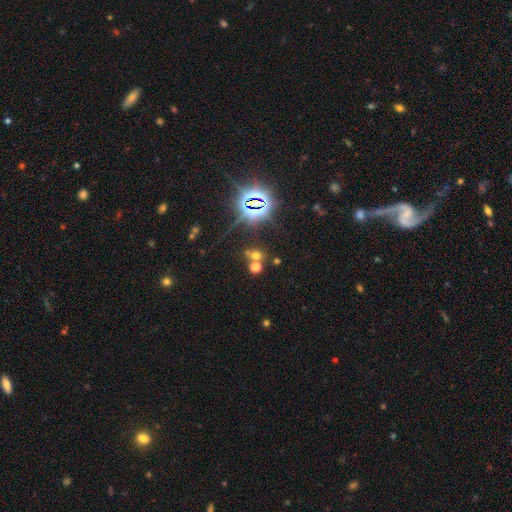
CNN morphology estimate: type=star or artifact (46%).